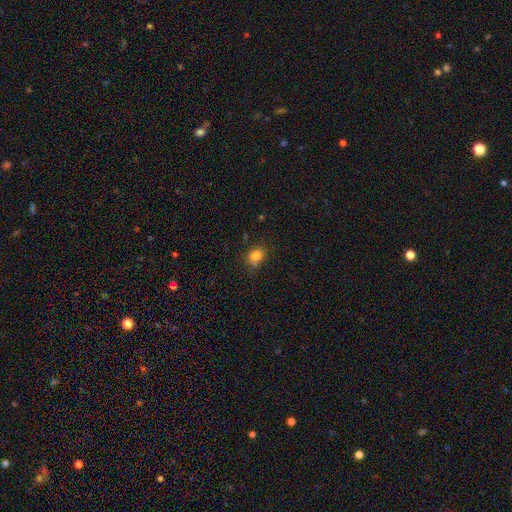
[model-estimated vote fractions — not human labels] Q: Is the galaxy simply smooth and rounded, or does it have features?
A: smooth — 82%.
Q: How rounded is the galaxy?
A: round — 58%.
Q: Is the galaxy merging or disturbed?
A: none — 67%.